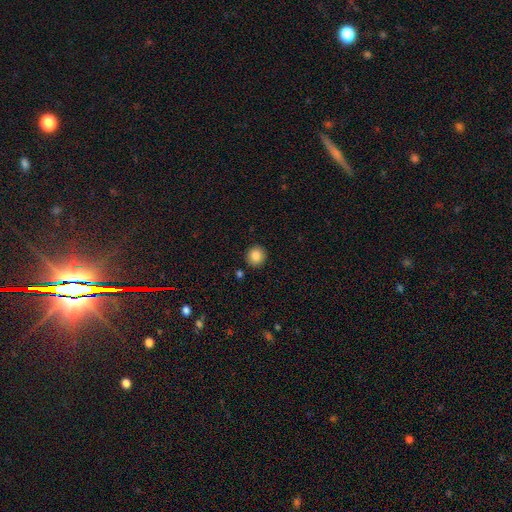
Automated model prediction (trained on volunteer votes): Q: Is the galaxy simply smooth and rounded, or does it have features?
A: smooth — 85%.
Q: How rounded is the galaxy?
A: round — 93%.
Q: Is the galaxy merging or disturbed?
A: none — 91%.